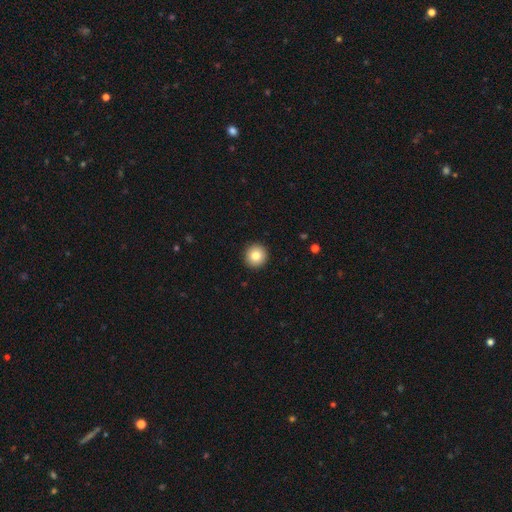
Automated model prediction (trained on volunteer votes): Smooth or featured: smooth — 81% (featured or disk — 10%)
How rounded: round — 96% (in between — 3%)
Merging: none — 93% (minor disturbance — 4%)